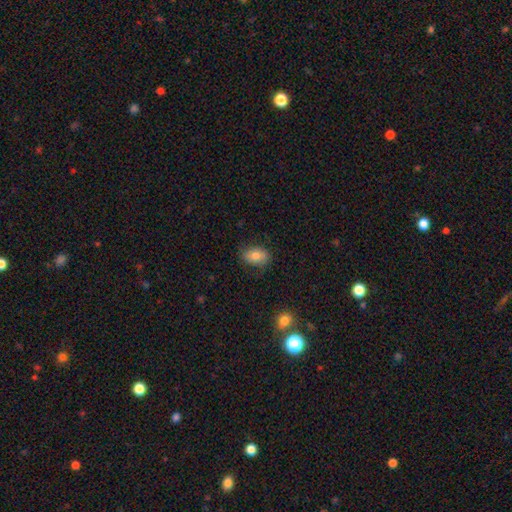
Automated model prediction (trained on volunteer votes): smooth_or_featured: smooth (p=0.77) [alt: featured or disk p=0.15]
how_rounded: in between (p=0.80) [alt: round p=0.19]
merging: none (p=0.79) [alt: minor disturbance p=0.17]